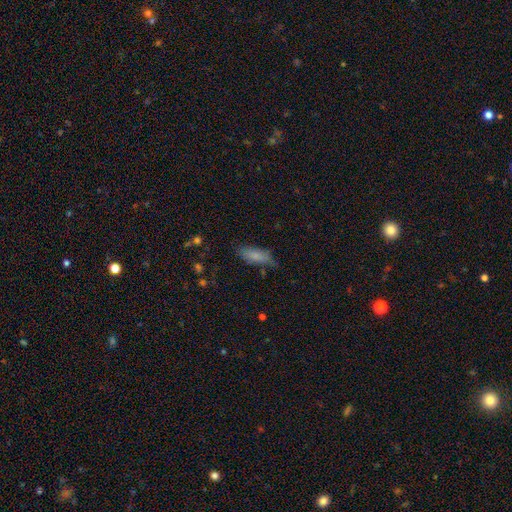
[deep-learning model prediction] This is clearly a smooth galaxy (80%). How rounded: likely in between (68%). Merging: likely none (66%).